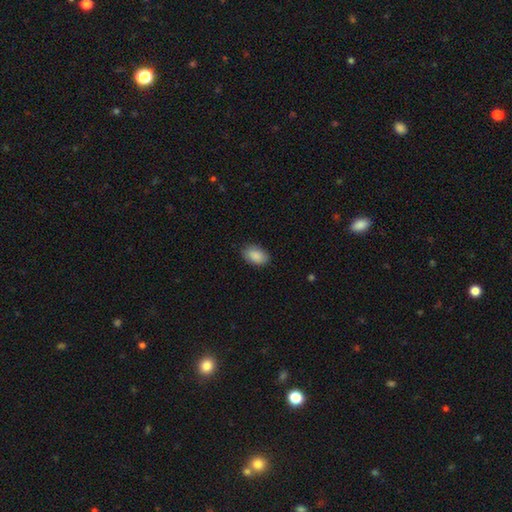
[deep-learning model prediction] Smooth or featured?
  - smooth: 89% *
  - star or artifact: 7%
  - featured or disk: 4%
How rounded?
  - in between: 89% *
  - round: 10%
  - cigar-shaped: 1%
Merging?
  - none: 85% *
  - minor disturbance: 11%
  - major disturbance: 2%
  - merger: 1%